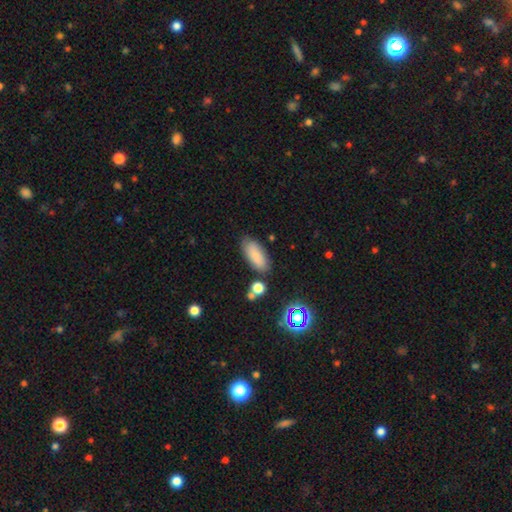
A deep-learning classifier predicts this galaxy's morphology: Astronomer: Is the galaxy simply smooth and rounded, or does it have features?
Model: smooth — 81%.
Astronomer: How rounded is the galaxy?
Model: in between — 83%.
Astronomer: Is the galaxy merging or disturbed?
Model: none — 78%.